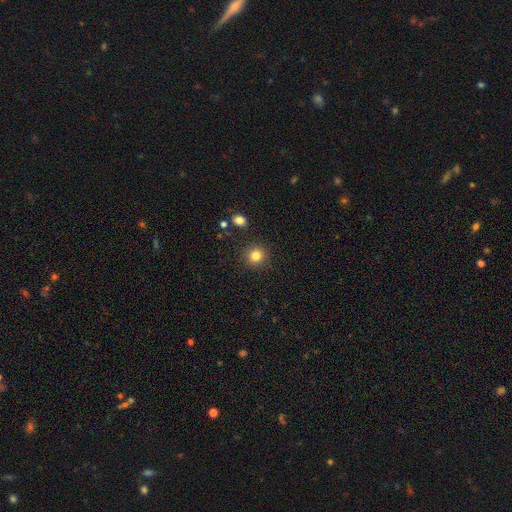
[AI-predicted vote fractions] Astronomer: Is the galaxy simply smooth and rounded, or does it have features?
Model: smooth — 82%.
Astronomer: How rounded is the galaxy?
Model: round — 91%.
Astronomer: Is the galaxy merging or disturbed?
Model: none — 90%.